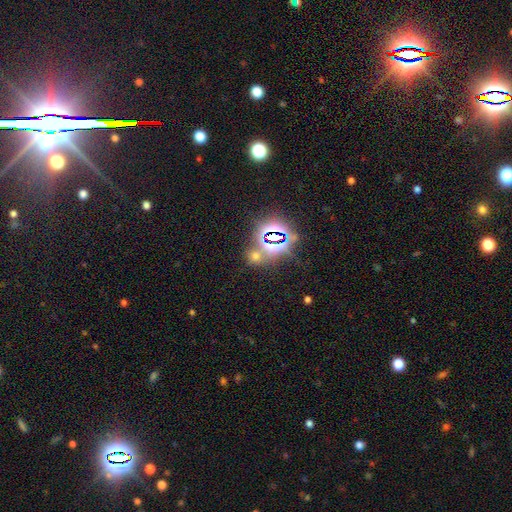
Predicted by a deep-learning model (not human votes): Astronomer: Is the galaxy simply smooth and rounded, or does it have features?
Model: star or artifact — 59% (runner-up: smooth, 34%).